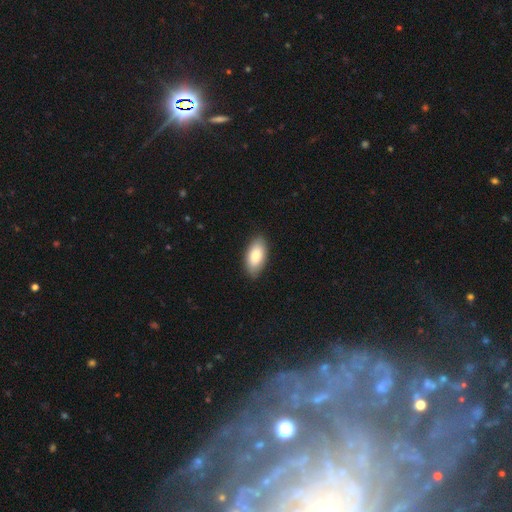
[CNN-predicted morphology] Smooth or featured? Predicted: smooth (p=0.82). How rounded? Predicted: in between (p=0.93). Merging? Predicted: none (p=0.87).